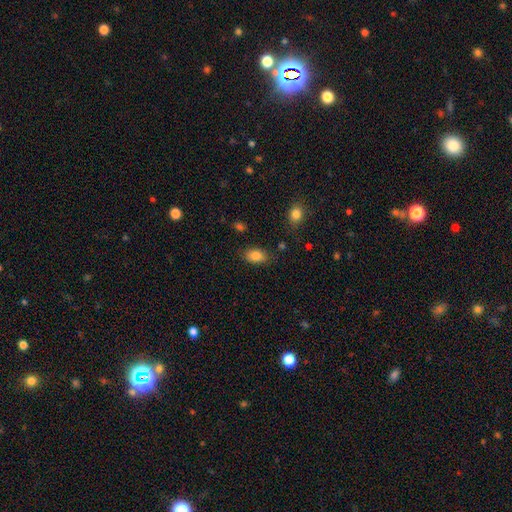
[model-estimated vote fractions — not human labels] smooth 84%, star or artifact 8%, featured or disk 7%. Down the decision tree: how rounded — in between (87%); merging — none (82%).